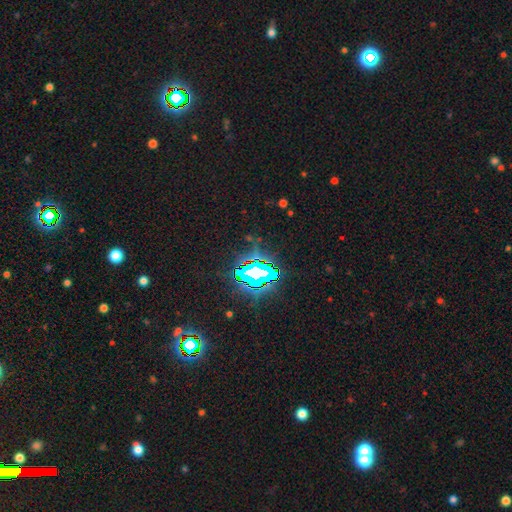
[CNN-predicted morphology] Smooth or featured: star or artifact — 84% (smooth — 9%)